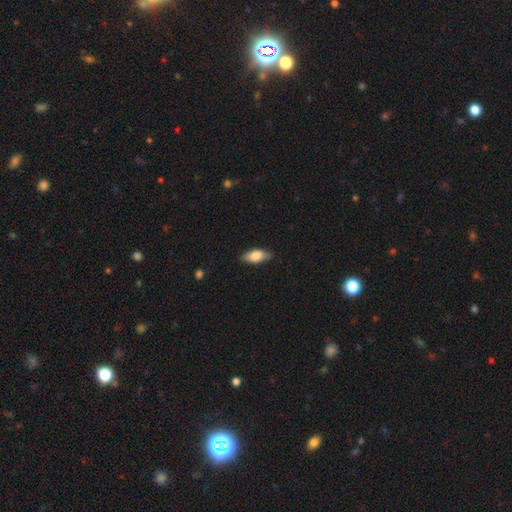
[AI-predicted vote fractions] Smooth or featured: smooth — 76% (featured or disk — 18%)
How rounded: in between — 84% (cigar-shaped — 13%)
Merging: none — 82% (minor disturbance — 14%)